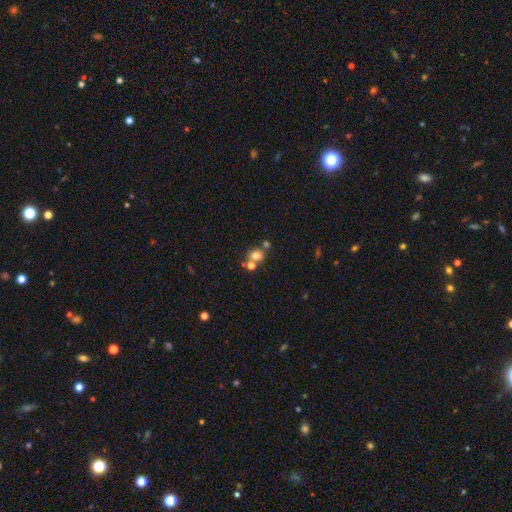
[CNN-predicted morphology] smooth-or-featured: smooth: 73% | star or artifact: 15% | featured or disk: 11%
  how-rounded: round: 61% | in between: 38% | cigar-shaped: 1%
  merging: none: 48% | merger: 36% | minor disturbance: 10% | major disturbance: 5%